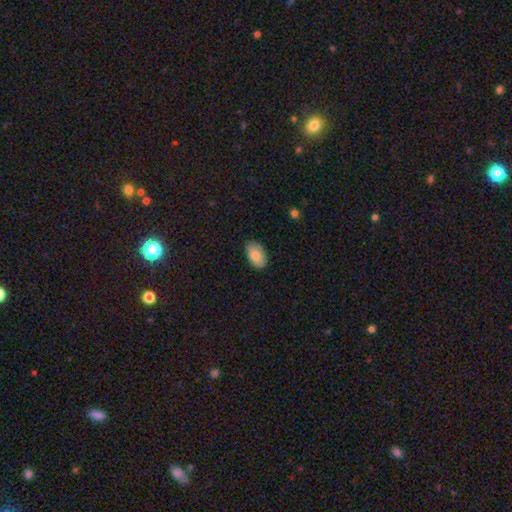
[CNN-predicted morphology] The model was most divided on "merging": none: 81%, minor disturbance: 16%, major disturbance: 2%, merger: 1%. More confident: how rounded — in between (94%); smooth or featured — smooth (81%).